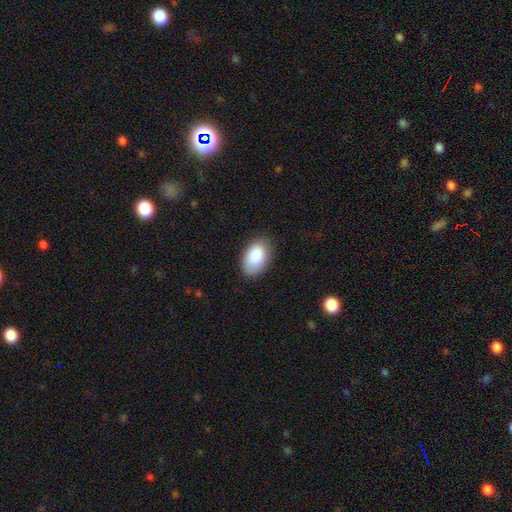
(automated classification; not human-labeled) This appears to be a smooth galaxy with no disk features (88%) that is in between round and cigar-shaped (93%). Merging: none (82%).